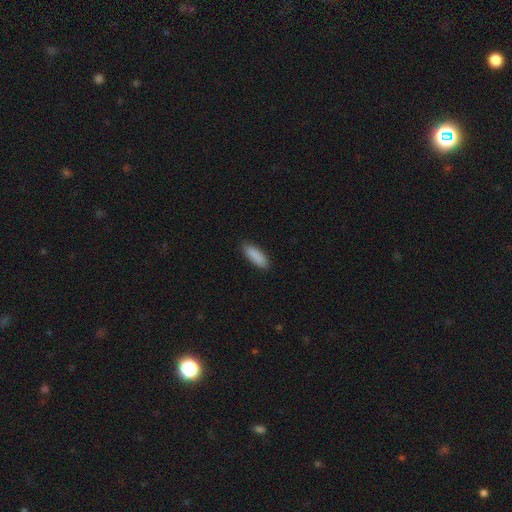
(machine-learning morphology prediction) type=smooth (89%); roundness=in between (56%); merging=none (87%).